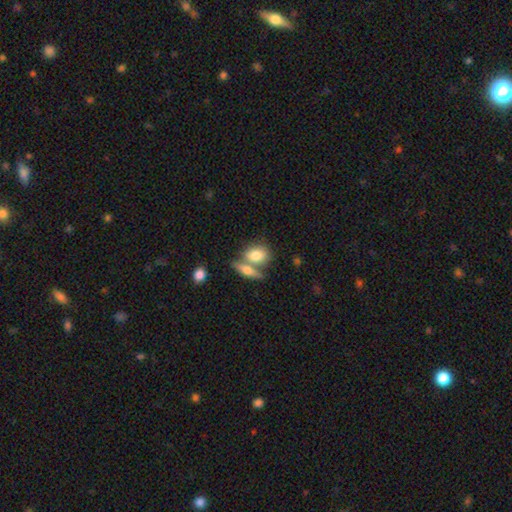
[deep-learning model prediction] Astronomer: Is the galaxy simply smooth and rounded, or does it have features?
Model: smooth — 78%.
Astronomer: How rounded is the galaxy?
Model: in between — 71%.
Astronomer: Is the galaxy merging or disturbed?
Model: merger — 46% (runner-up: none, 41%).